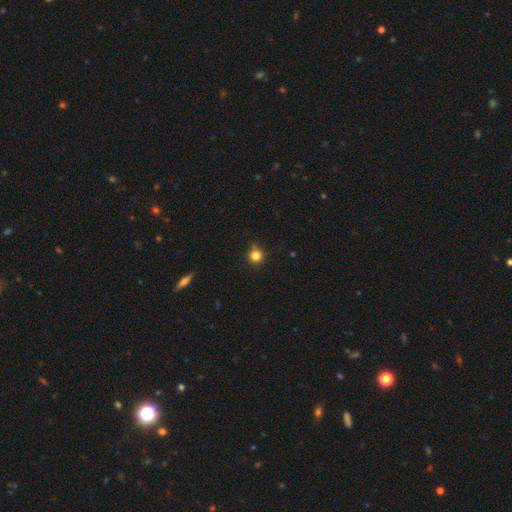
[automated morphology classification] Smooth or featured?
  - smooth: 81% *
  - star or artifact: 13%
  - featured or disk: 6%
How rounded?
  - round: 93% *
  - in between: 6%
  - cigar-shaped: 1%
Merging?
  - none: 77% *
  - minor disturbance: 18%
  - major disturbance: 3%
  - merger: 2%